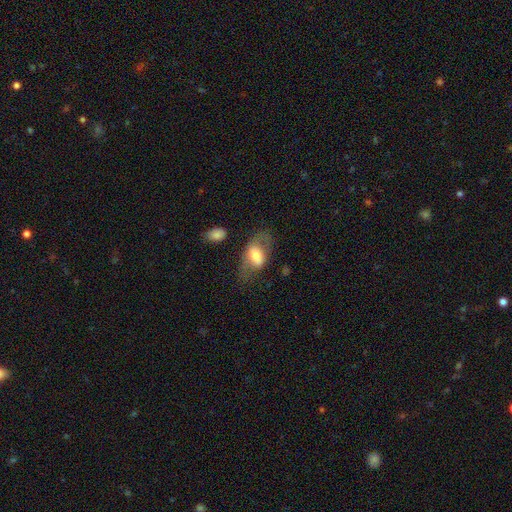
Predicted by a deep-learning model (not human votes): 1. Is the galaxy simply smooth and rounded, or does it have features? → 55% smooth, 38% featured or disk, 7% star or artifact.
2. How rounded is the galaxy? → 87% in between, 10% round, 3% cigar-shaped.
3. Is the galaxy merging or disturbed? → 54% none, 22% minor disturbance, 20% major disturbance, 4% merger.